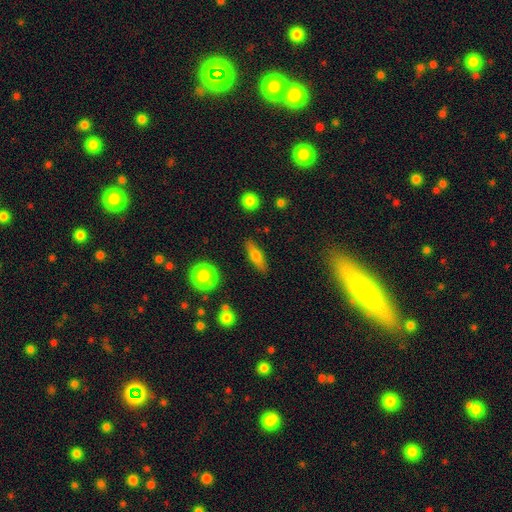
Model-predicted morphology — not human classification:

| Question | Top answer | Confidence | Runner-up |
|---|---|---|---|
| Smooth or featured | smooth | 64% | featured or disk (29%) |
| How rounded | in between | 51% | cigar-shaped (42%) |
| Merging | none | 86% | minor disturbance (9%) |